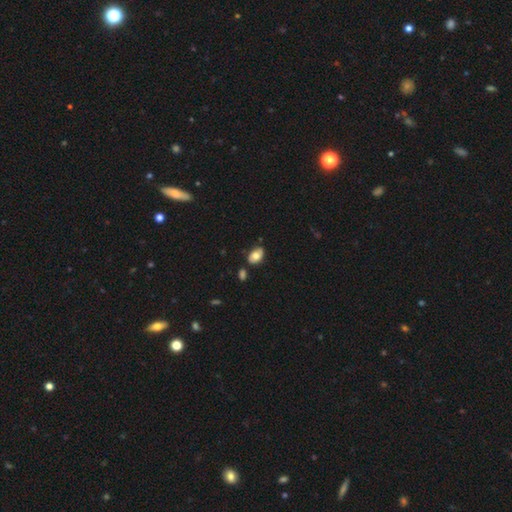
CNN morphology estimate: Smooth or featured?
  - smooth: 70% *
  - featured or disk: 22%
  - star or artifact: 8%
How rounded?
  - in between: 87% *
  - round: 12%
  - cigar-shaped: 2%
Merging?
  - none: 75% *
  - minor disturbance: 17%
  - merger: 5%
  - major disturbance: 3%